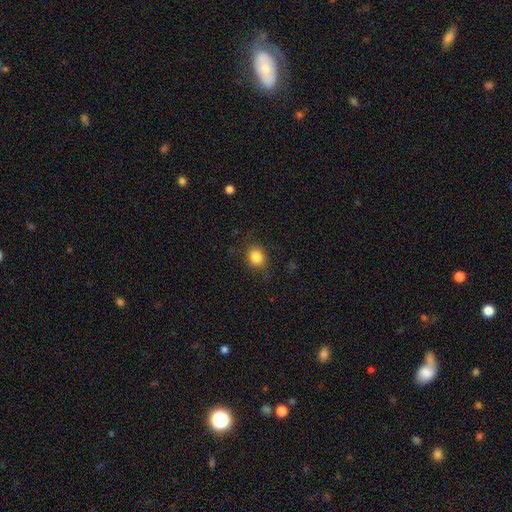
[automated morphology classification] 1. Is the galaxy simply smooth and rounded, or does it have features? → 85% smooth, 10% star or artifact, 5% featured or disk.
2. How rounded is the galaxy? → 64% round, 35% in between, 1% cigar-shaped.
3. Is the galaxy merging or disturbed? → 81% none, 13% minor disturbance, 4% major disturbance, 1% merger.